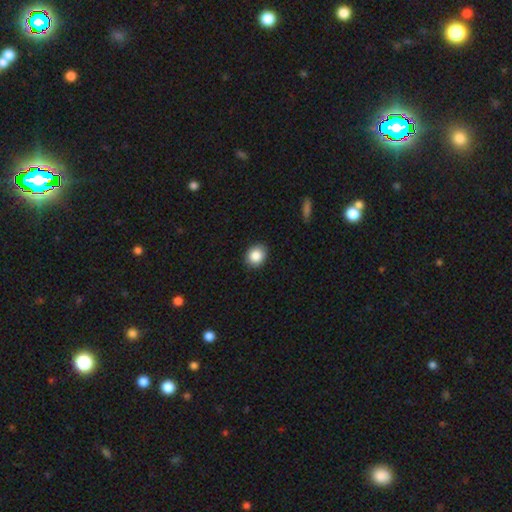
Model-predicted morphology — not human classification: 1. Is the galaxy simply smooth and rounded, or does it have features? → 86% smooth, 9% star or artifact, 5% featured or disk.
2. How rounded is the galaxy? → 63% round, 36% in between, 1% cigar-shaped.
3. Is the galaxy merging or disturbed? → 89% none, 8% minor disturbance, 2% major disturbance, 1% merger.